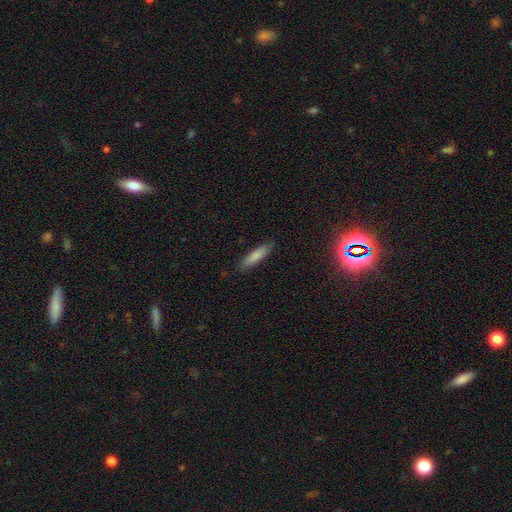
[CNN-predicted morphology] Smooth or featured? smooth (81%)
How rounded? cigar-shaped (79%)
Merging? none (86%)